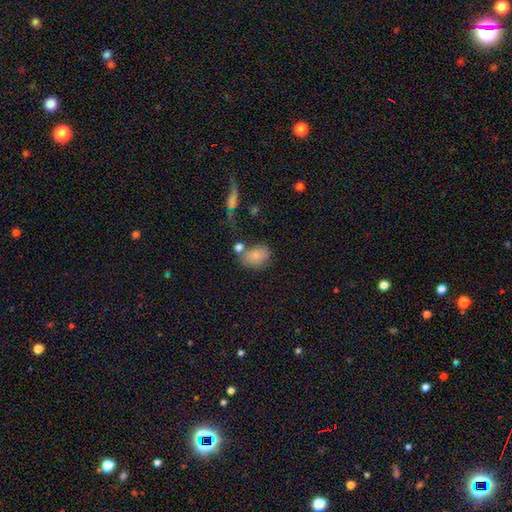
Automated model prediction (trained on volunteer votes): This appears to be a smooth galaxy with no disk features (79%) that is in between round and cigar-shaped (74%). Merging: none (55%).